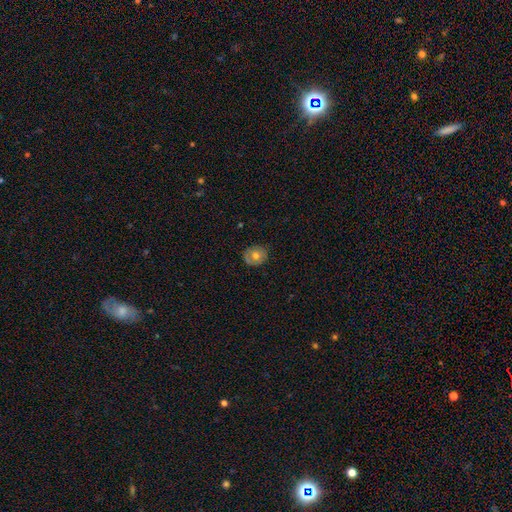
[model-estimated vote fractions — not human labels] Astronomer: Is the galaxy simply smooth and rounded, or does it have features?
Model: smooth — 62%.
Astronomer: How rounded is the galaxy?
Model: round — 71%.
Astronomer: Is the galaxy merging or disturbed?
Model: none — 78%.